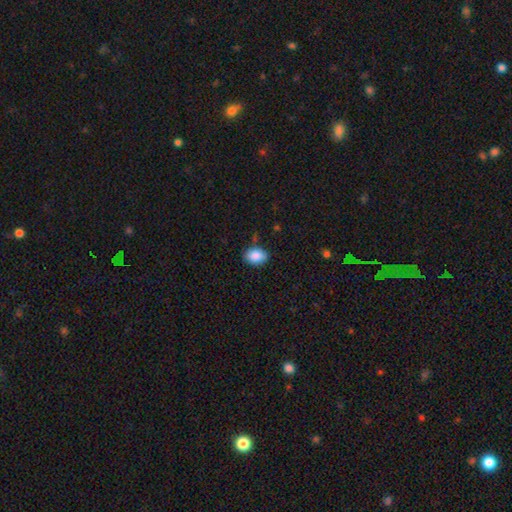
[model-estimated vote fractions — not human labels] Morphology: type=smooth (88%); roundness=in between (81%); merging=none (80%).